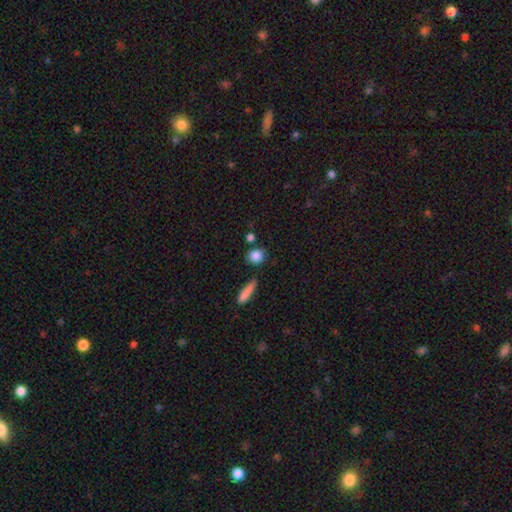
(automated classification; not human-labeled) Smooth or featured?
  - smooth: 84% *
  - star or artifact: 9%
  - featured or disk: 8%
How rounded?
  - round: 70% *
  - in between: 25%
  - cigar-shaped: 5%
Merging?
  - none: 73% *
  - minor disturbance: 14%
  - merger: 9%
  - major disturbance: 4%